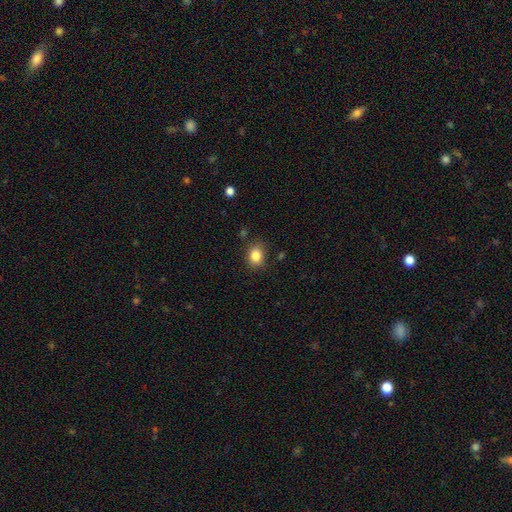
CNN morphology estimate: This is clearly a smooth galaxy (85%). How rounded: possibly in between (51%). Merging: clearly none (81%).